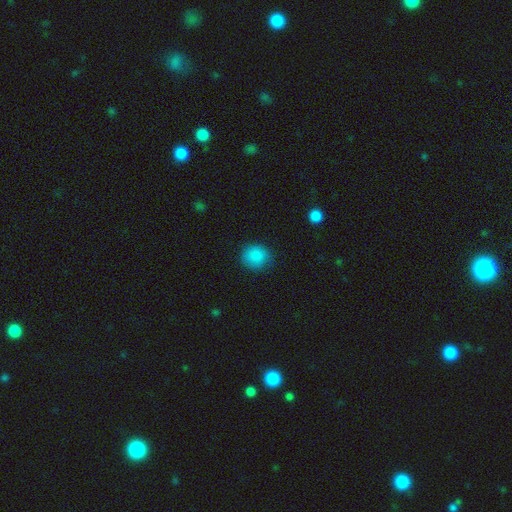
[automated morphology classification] type=smooth (87%); roundness=round (85%); merging=none (83%).